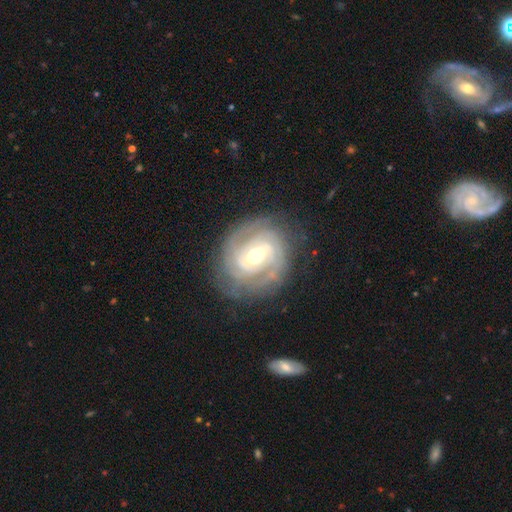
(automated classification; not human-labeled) featured or disk 89%, smooth 7%, star or artifact 5%. Down the decision tree: edge-on disk — no (97%); bar — strong (44%); spiral arms — yes (96%); spiral arm count — 2 (46%); spiral winding — tight (71%); bulge size — moderate (70%); merging — none (79%).